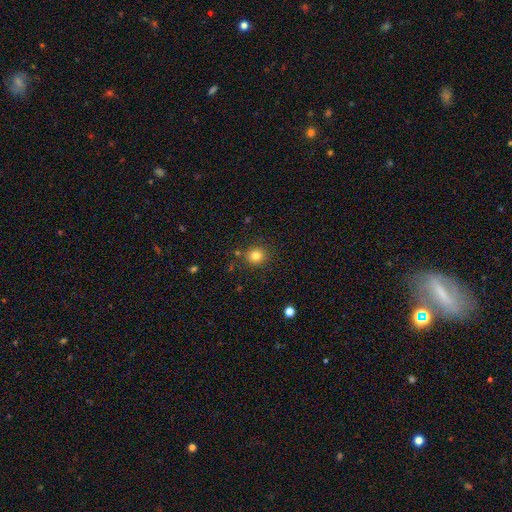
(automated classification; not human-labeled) A smooth galaxy with no disk features (81%) that is round (87%).

Vote fractions:
- Smooth or featured? smooth: 81% / star or artifact: 13% / featured or disk: 6%
- How rounded? round: 87% / in between: 12% / cigar-shaped: 1%
- Merging? none: 85% / minor disturbance: 9% / merger: 3% / major disturbance: 3%